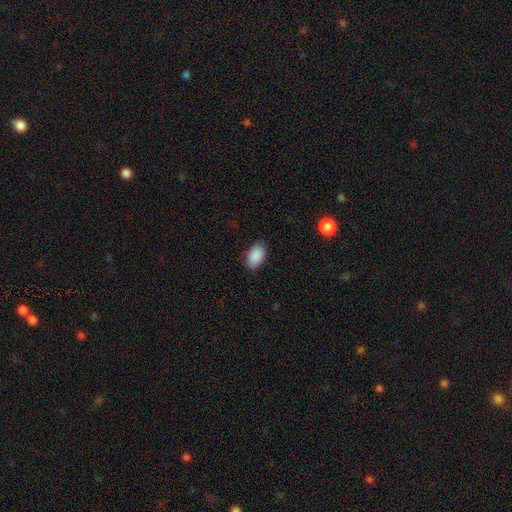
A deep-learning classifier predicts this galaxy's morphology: smooth 90%, star or artifact 7%, featured or disk 3%. Down the decision tree: how rounded — in between (93%); merging — none (84%).